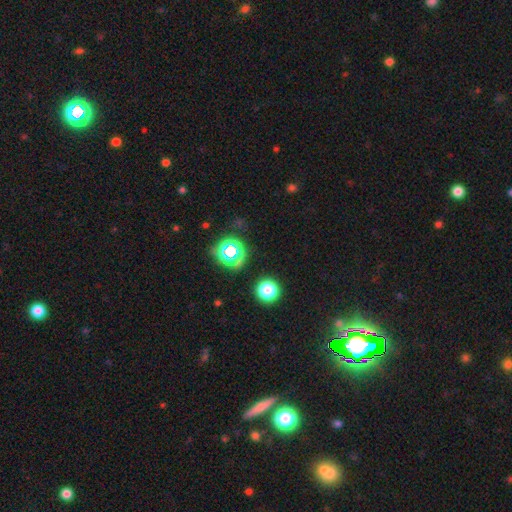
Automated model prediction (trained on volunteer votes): A star or artifact, not a galaxy (66%).